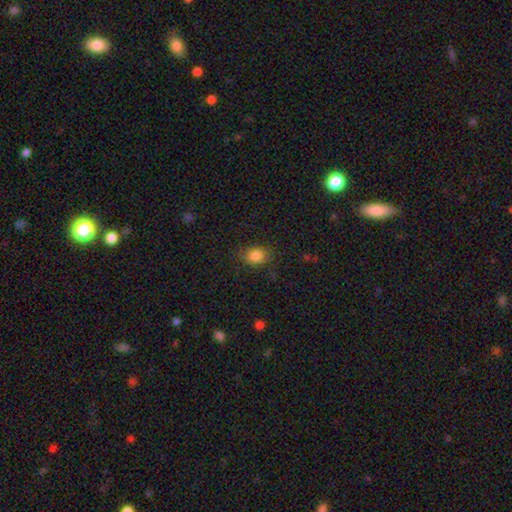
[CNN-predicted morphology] smooth 84%, star or artifact 10%, featured or disk 5%. Down the decision tree: how rounded — in between (51%); merging — none (79%).